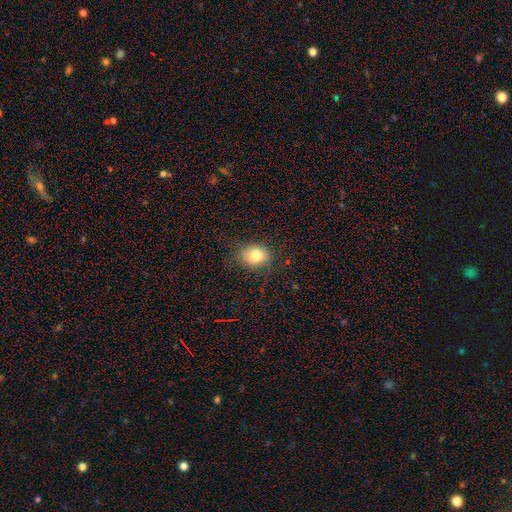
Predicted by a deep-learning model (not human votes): Overall: smooth (79%). How rounded: round (51%; in between 48%). Merging: none (78%).